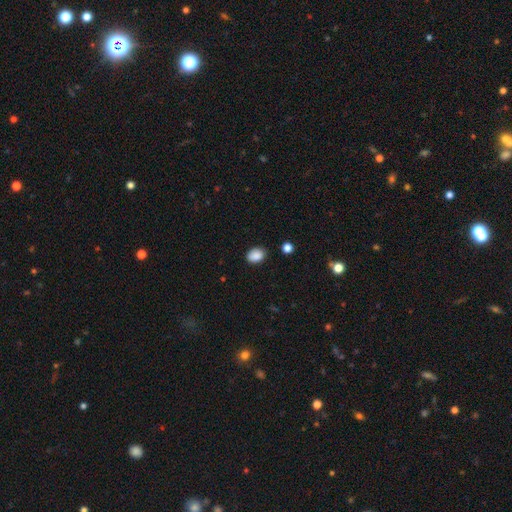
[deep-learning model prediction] This is clearly a smooth galaxy (88%). How rounded: likely in between (73%). Merging: clearly none (84%).